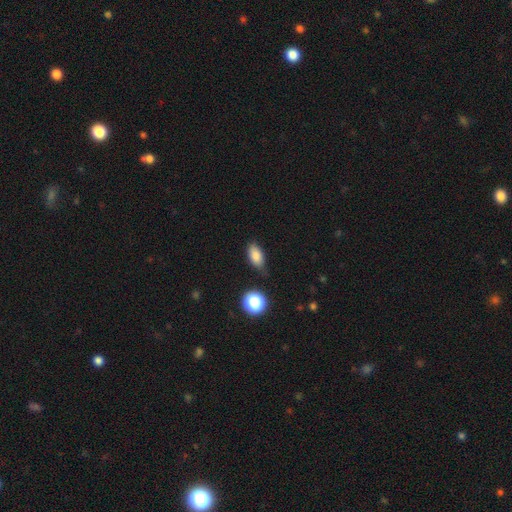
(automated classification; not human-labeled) Smooth or featured? Predicted: smooth (p=0.83). How rounded? Predicted: in between (p=0.87). Merging? Predicted: none (p=0.68).